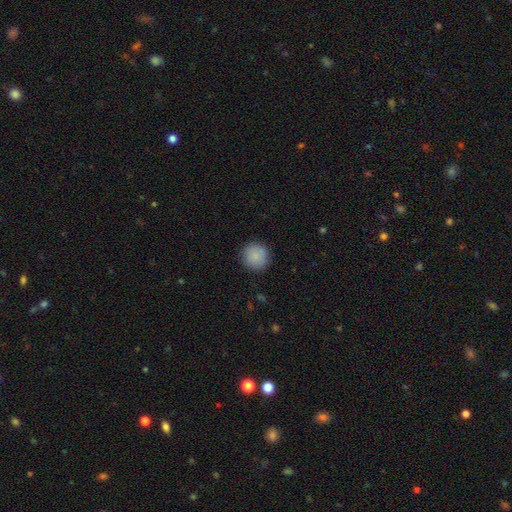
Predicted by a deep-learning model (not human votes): This is clearly a smooth galaxy (86%). How rounded: clearly round (94%). Merging: clearly none (88%).